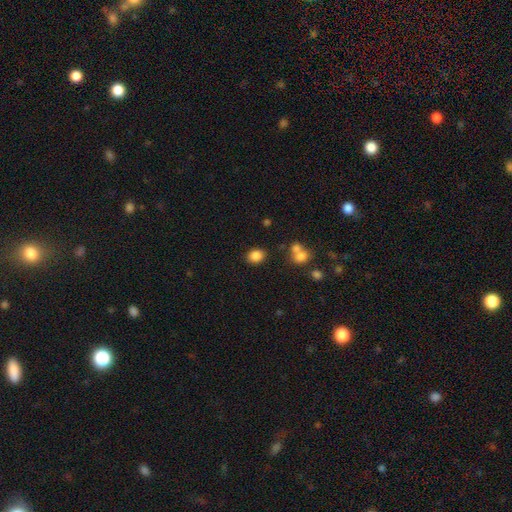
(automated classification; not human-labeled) A smooth galaxy with no disk features (84%) that is in between round and cigar-shaped (51%).

Vote fractions:
- Smooth or featured? smooth: 84% / star or artifact: 10% / featured or disk: 5%
- How rounded? in between: 51% / round: 48% / cigar-shaped: 1%
- Merging? none: 82% / minor disturbance: 10% / merger: 5% / major disturbance: 3%